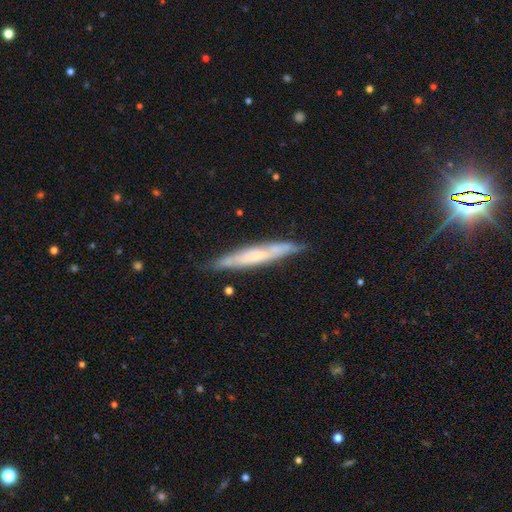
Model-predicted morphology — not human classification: This is possibly a featured or disk galaxy (54%). It is clearly viewed edge-on (87%). Merging: clearly none (81%).